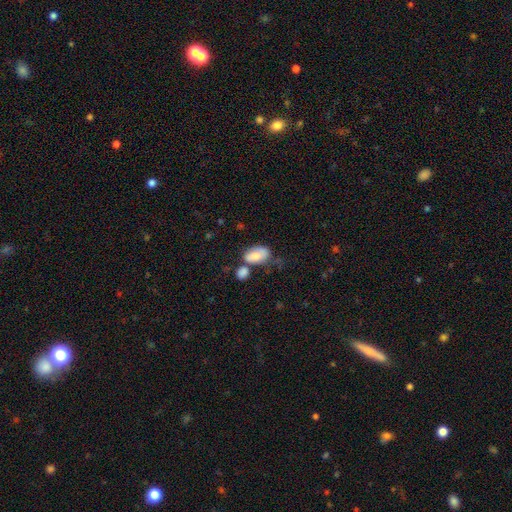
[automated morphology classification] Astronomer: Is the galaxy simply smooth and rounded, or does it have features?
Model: smooth — 71%.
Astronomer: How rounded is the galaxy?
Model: in between — 89%.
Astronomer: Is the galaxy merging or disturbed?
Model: none — 36% (runner-up: merger, 31%).